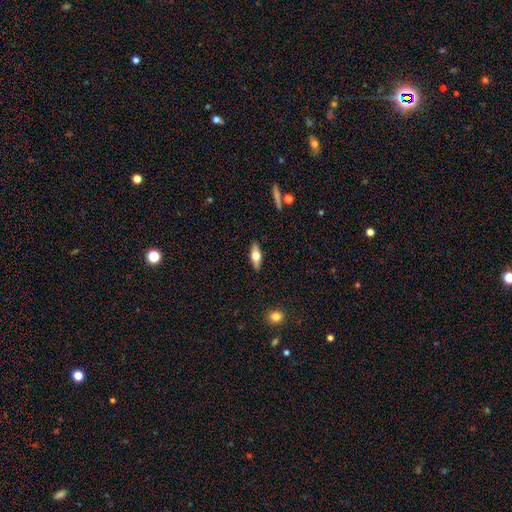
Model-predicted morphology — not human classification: Smooth or featured?
  - featured or disk: 49% *
  - smooth: 44%
  - star or artifact: 6%
Merging?
  - none: 89% *
  - minor disturbance: 8%
  - major disturbance: 2%
  - merger: 1%